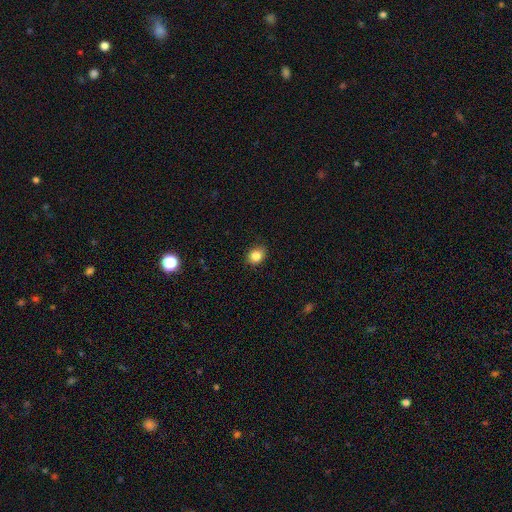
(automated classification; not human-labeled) Smooth or featured: smooth — 85% (star or artifact — 10%)
How rounded: round — 56% (in between — 43%)
Merging: none — 83% (minor disturbance — 14%)